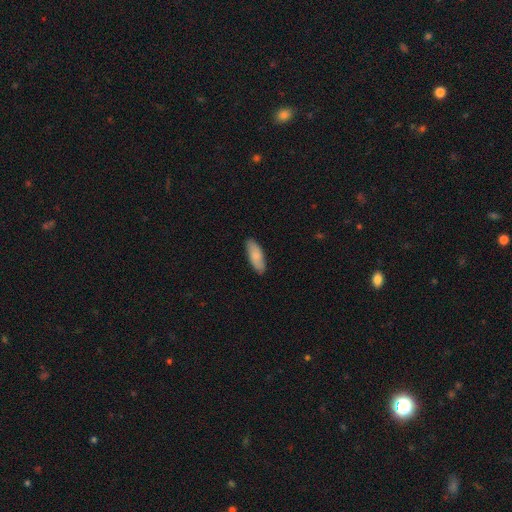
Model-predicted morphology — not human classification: Smooth or featured: smooth — 82% (featured or disk — 12%)
How rounded: in between — 69% (cigar-shaped — 29%)
Merging: none — 87% (minor disturbance — 10%)